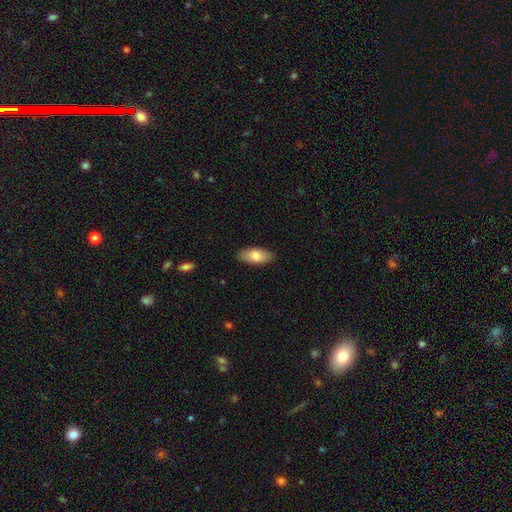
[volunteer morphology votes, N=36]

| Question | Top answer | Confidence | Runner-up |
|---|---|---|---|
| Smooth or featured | smooth | 81% | featured or disk (19%) |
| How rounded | in between | 93% | cigar-shaped (7%) |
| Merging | none | 89% | minor disturbance (6%) |